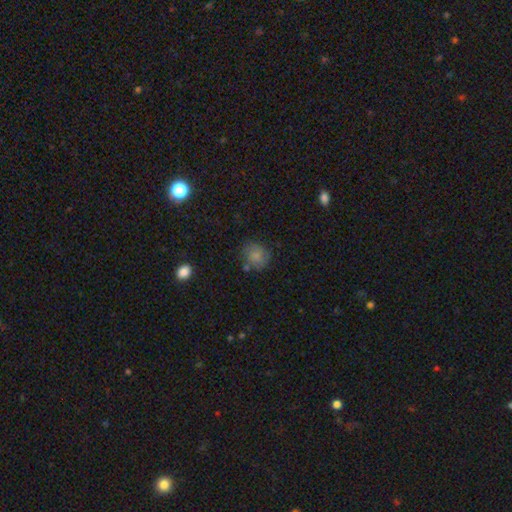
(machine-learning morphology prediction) Smooth or featured? smooth (81%)
How rounded? round (75%)
Merging? none (69%)